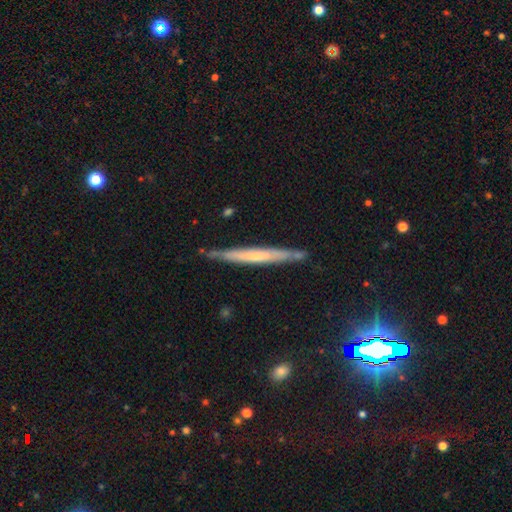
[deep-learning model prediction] smooth_or_featured: featured or disk (p=0.56) [alt: smooth p=0.37]
disk_edge_on: yes (p=0.93) [alt: no p=0.07]
edge_on_bulge: none (p=0.64) [alt: rounded p=0.29]
merging: none (p=0.79) [alt: minor disturbance p=0.15]